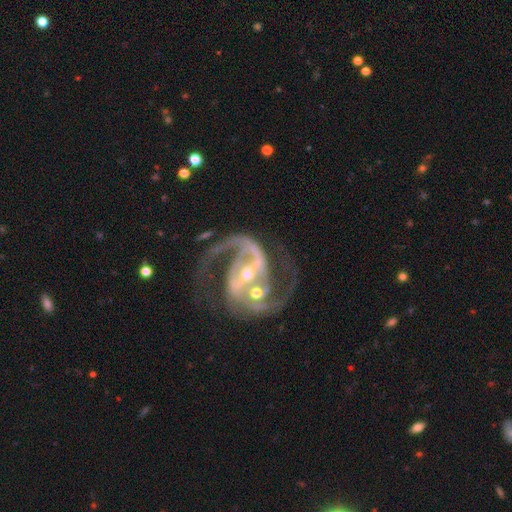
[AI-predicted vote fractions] featured or disk 93%, star or artifact 4%, smooth 2%. Down the decision tree: edge-on disk — no (98%); bar — strong (53%); spiral arms — yes (98%); spiral arm count — 2 (92%); spiral winding — medium (65%); bulge size — small (51%); merging — none (62%).